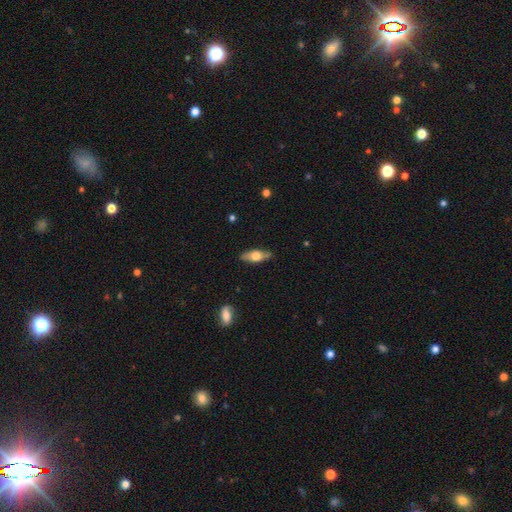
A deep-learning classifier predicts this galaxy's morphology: Smooth or featured?
  - smooth: 50% *
  - featured or disk: 44%
  - star or artifact: 6%
How rounded?
  - in between: 64% *
  - cigar-shaped: 32%
  - round: 4%
Merging?
  - none: 85% *
  - minor disturbance: 11%
  - major disturbance: 2%
  - merger: 1%